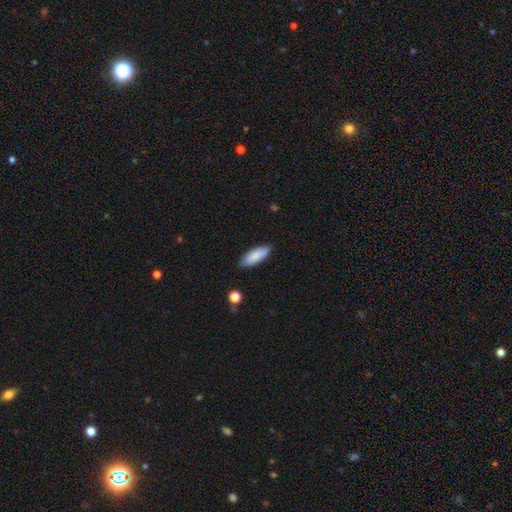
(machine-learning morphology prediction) The model was most divided on "how rounded": in between: 70%, cigar-shaped: 28%, round: 2%. More confident: smooth or featured — smooth (86%); merging — none (84%).